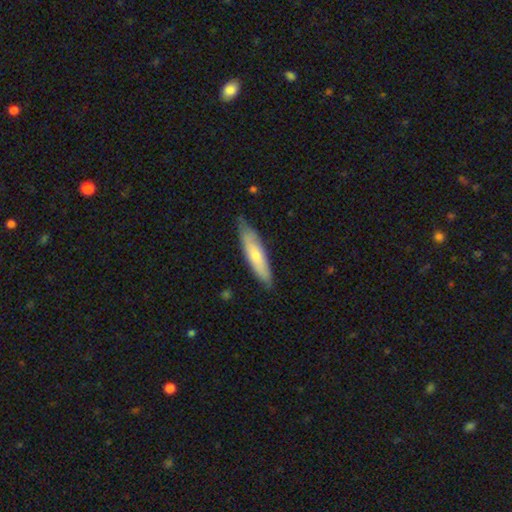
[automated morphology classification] This is likely a smooth galaxy (64%). How rounded: likely cigar-shaped (72%). Merging: likely none (75%).